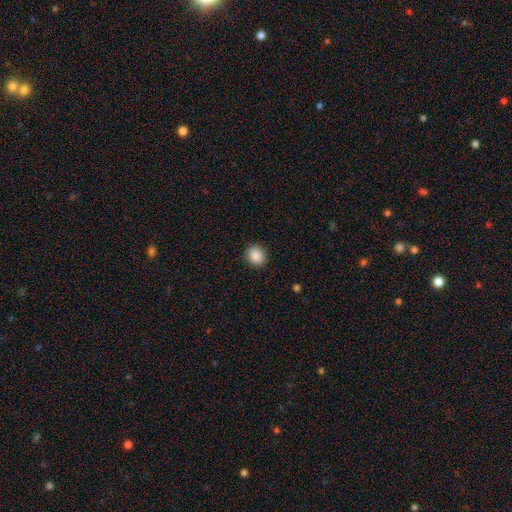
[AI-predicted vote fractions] Overall: smooth (88%). How rounded: round (80%). Merging: none (91%).